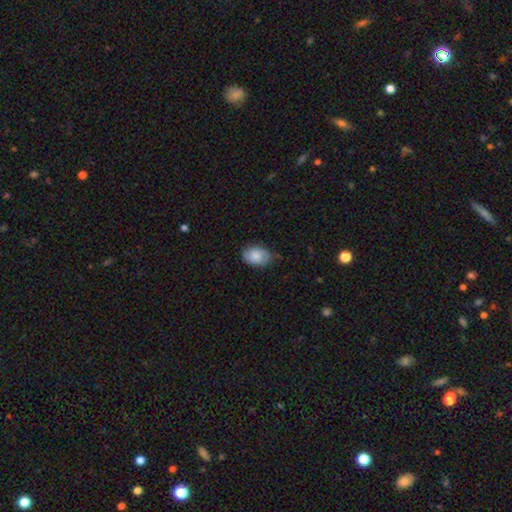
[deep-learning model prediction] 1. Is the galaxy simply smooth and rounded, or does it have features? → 71% smooth, 22% featured or disk, 7% star or artifact.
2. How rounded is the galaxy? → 82% in between, 17% round, 1% cigar-shaped.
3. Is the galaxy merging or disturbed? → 66% none, 27% minor disturbance, 6% major disturbance, 1% merger.